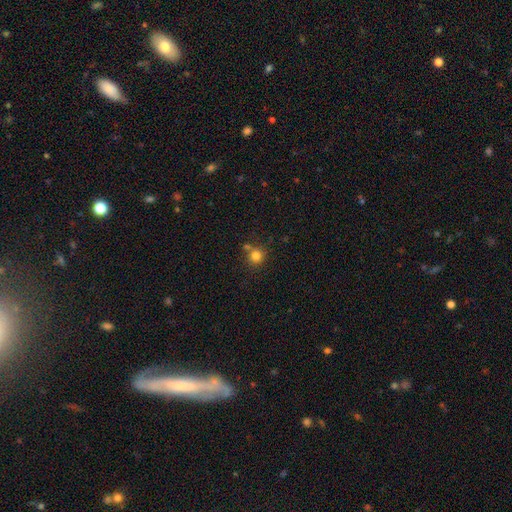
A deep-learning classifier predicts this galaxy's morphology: Smooth or featured: smooth — 81% (star or artifact — 13%)
How rounded: round — 91% (in between — 8%)
Merging: none — 69% (merger — 18%)